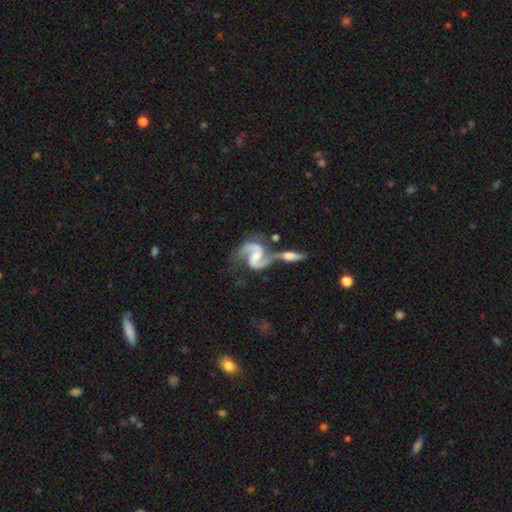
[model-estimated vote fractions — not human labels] This is clearly a featured or disk galaxy (91%). It is clearly not viewed edge-on (97%). Bar: possibly weak (49%). Spiral arm pattern: clearly yes (98%). Spiral arm count: clearly 2 (93%). Spiral winding: possibly medium (53%). Central bulge: marginally small (39%). Merging: possibly merger (47%).